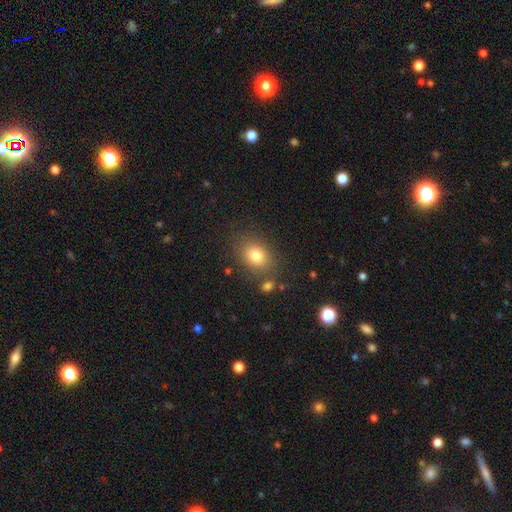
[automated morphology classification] type=smooth (79%); roundness=in between (63%); merging=none (78%).